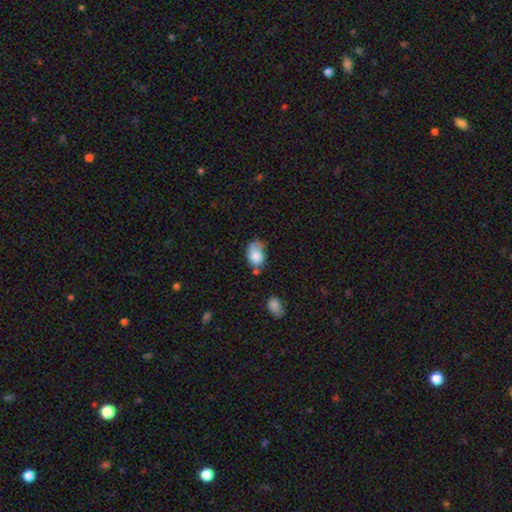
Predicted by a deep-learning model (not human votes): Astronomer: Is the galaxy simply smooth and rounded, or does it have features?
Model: smooth — 79%.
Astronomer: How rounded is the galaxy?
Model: in between — 76%.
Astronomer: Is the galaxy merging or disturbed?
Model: minor disturbance — 37% (runner-up: none, 36%).